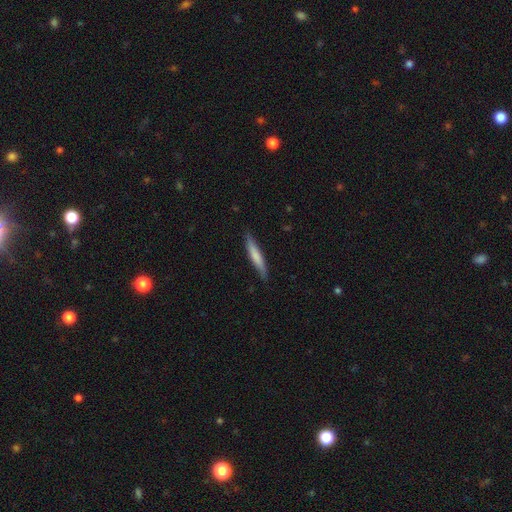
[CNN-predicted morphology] This appears to be a smooth galaxy with no disk features (69%) that is cigar-shaped (92%). Merging: none (84%).